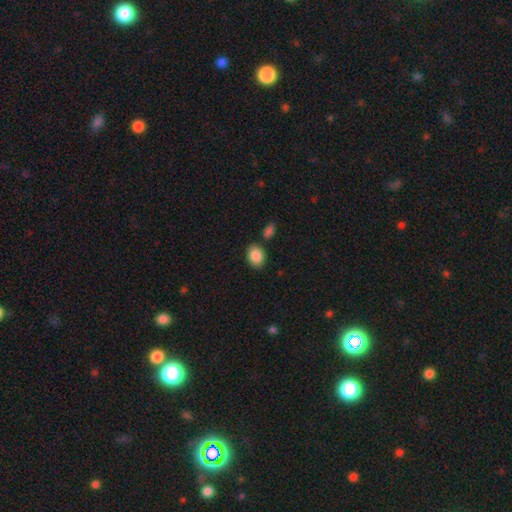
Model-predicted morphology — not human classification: This appears to be a smooth galaxy with no disk features (88%) that is in between round and cigar-shaped (64%). Merging: none (79%).